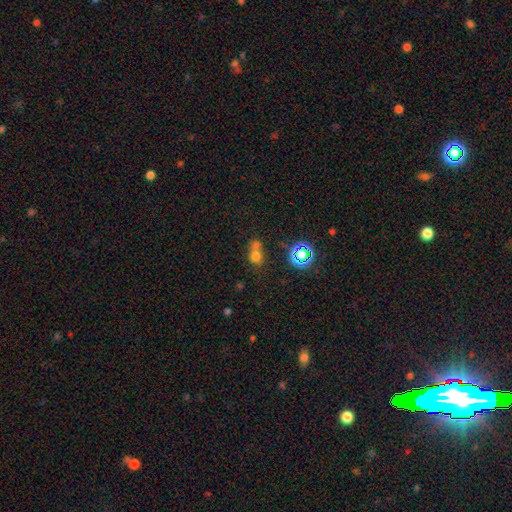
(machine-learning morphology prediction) smooth 67%, star or artifact 21%, featured or disk 12%. Down the decision tree: how rounded — round (73%); merging — merger (49%).